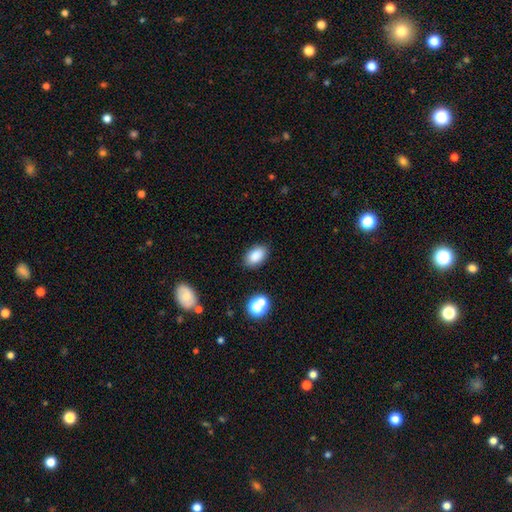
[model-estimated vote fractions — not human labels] This appears to be a smooth galaxy with no disk features (86%) that is in between round and cigar-shaped (90%). Merging: none (84%).